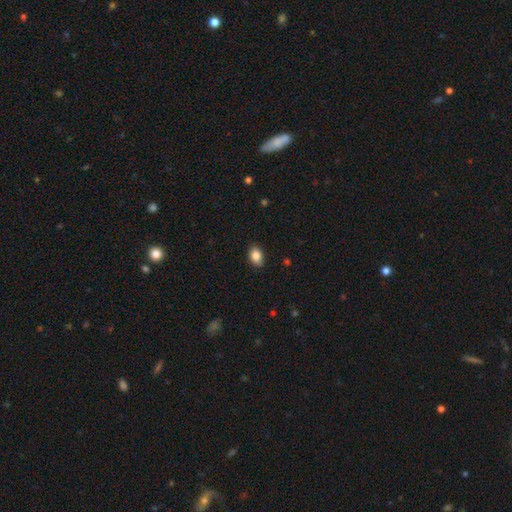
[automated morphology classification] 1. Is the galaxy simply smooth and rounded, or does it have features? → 85% smooth, 8% star or artifact, 7% featured or disk.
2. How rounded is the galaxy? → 83% in between, 15% round, 1% cigar-shaped.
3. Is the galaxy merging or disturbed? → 86% none, 11% minor disturbance, 2% major disturbance, 1% merger.